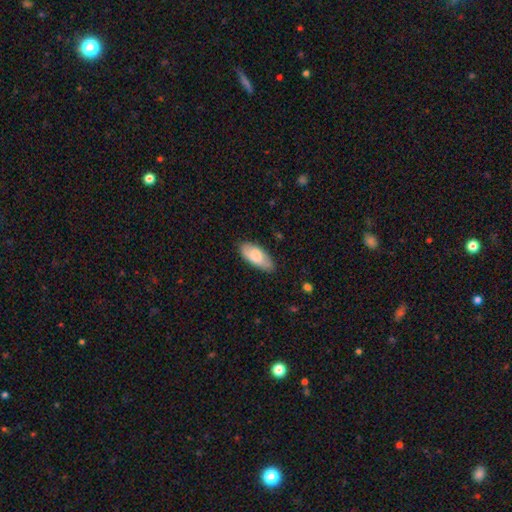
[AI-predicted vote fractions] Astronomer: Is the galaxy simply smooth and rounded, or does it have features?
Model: smooth — 74%.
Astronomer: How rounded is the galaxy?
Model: in between — 88%.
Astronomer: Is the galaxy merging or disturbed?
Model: none — 80%.